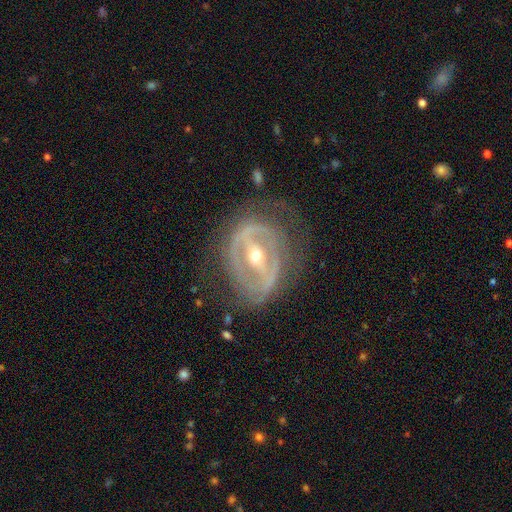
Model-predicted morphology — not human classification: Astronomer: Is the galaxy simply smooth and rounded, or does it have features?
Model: featured or disk — 84%.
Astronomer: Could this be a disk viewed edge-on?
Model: no — 93%.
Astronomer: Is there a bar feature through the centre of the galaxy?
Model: strong — 61%.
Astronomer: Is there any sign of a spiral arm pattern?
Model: yes — 58% (runner-up: no, 42%).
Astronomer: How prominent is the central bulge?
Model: moderate — 59% (runner-up: small, 37%).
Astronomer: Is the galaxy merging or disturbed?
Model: none — 64%.